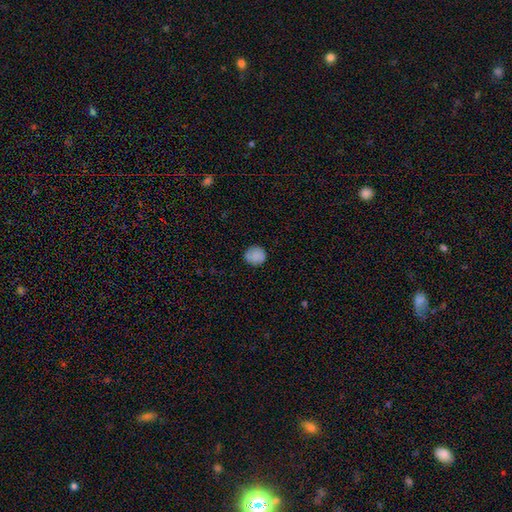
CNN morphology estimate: Overall: smooth (86%). How rounded: round (88%). Merging: none (85%).